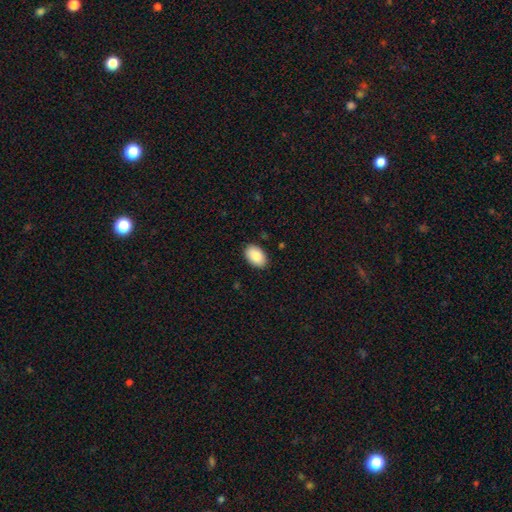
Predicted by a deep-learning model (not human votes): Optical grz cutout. It shows a smooth galaxy with no disk features (89%) that is in between round and cigar-shaped (92%). Merging: none (89%).